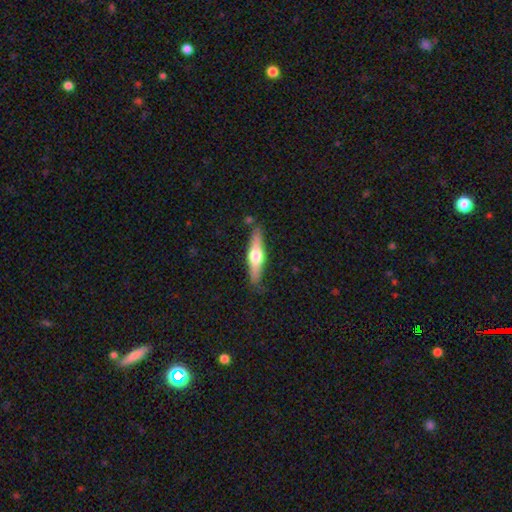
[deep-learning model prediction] Smooth or featured? Predicted: featured or disk (p=0.58). Edge-on disk? Predicted: yes (p=0.94). Edge-on bulge? Predicted: rounded (p=0.94). Merging? Predicted: none (p=0.82).